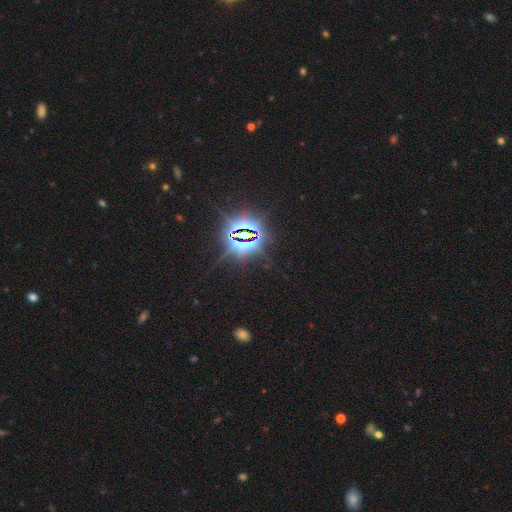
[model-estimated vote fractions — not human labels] Smooth or featured? star or artifact (85%)